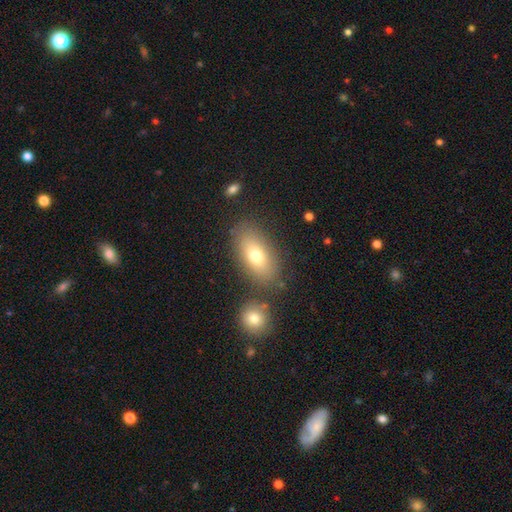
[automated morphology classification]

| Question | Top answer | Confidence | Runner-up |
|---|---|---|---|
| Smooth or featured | smooth | 75% | featured or disk (16%) |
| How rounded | in between | 88% | round (7%) |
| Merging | none | 76% | minor disturbance (11%) |